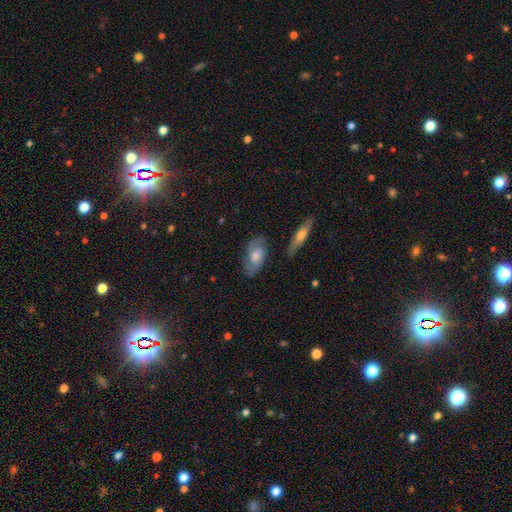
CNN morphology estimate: The model was most divided on "smooth or featured" (2-way tie): smooth: 47%, featured or disk: 47%, star or artifact: 7%. More confident: merging — none (75%).